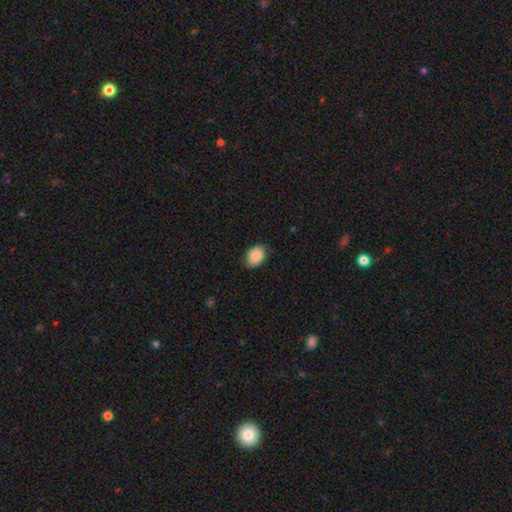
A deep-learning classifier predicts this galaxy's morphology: This appears to be a smooth galaxy with no disk features (87%) that is in between round and cigar-shaped (74%). Merging: none (77%).